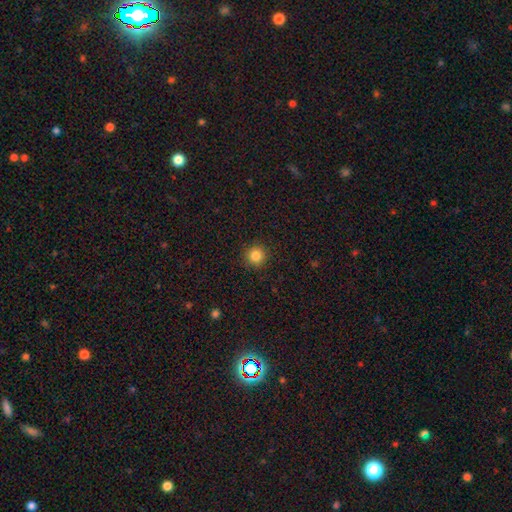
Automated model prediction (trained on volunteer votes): This is clearly a smooth galaxy (84%). How rounded: clearly round (94%). Merging: clearly none (91%).